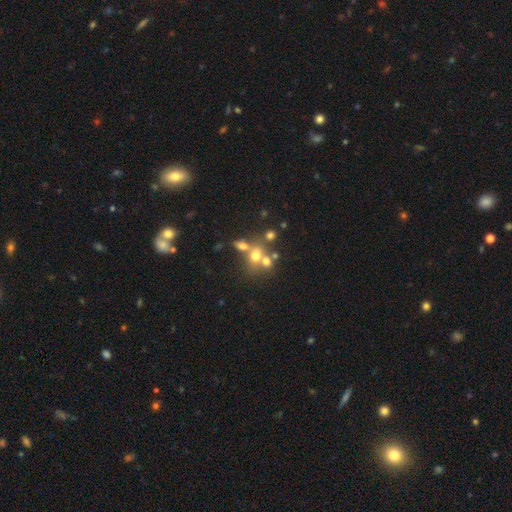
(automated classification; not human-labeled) A smooth galaxy with no disk features (58%) that is round (61%). Merging: merger (49%).